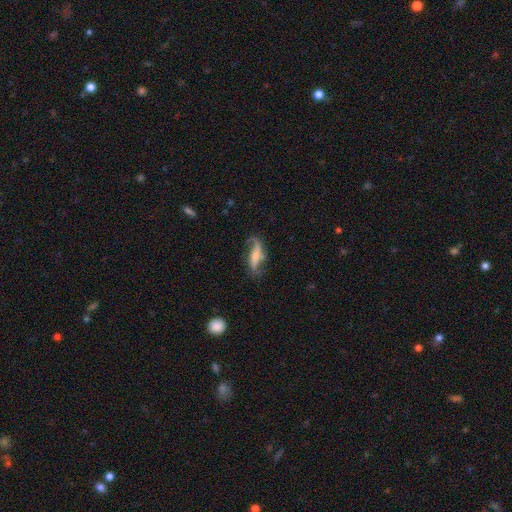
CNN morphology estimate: A featured or disk galaxy (72%) with no bar (35%), 2 (81%) loose (78%) spiral arms (91%) and a small central bulge (38%). Merging: none (60%).